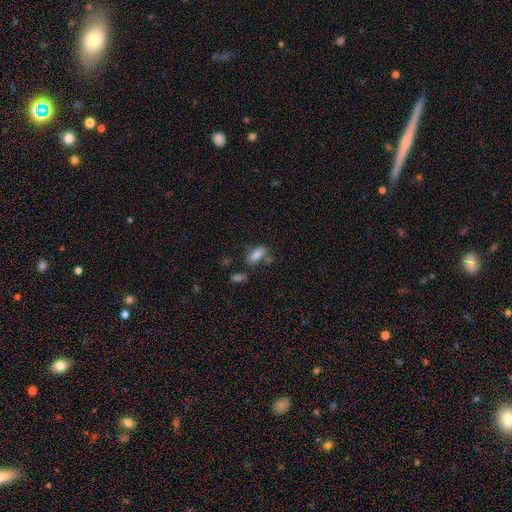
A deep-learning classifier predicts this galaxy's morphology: type=smooth (82%); roundness=in between (83%); merging=none (63%).